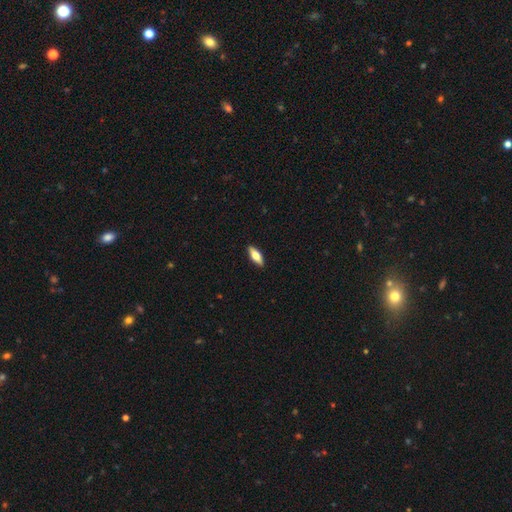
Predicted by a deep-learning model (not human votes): Q: Smooth or featured?
A: smooth (60%); runner-up: featured or disk (34%)
Q: How rounded?
A: in between (62%); runner-up: cigar-shaped (35%)
Q: Merging?
A: none (90%); runner-up: minor disturbance (7%)